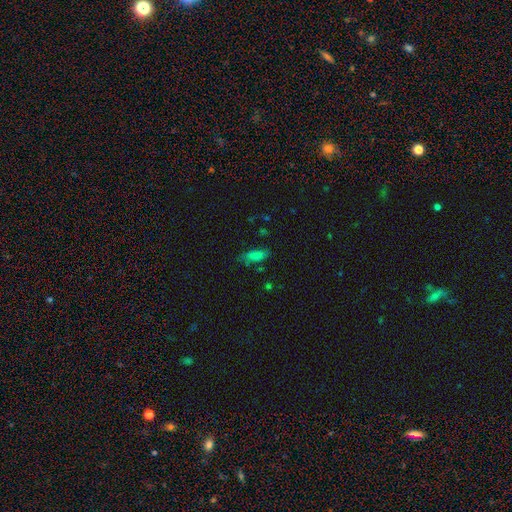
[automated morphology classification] smooth 78%, featured or disk 11%, star or artifact 11%. Down the decision tree: how rounded — in between (70%); merging — none (66%).